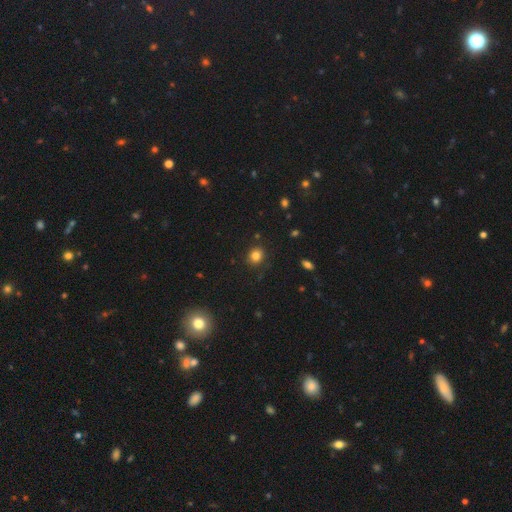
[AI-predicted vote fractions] Smooth or featured?
  - smooth: 81% *
  - star or artifact: 12%
  - featured or disk: 6%
How rounded?
  - round: 77% *
  - in between: 22%
  - cigar-shaped: 1%
Merging?
  - none: 87% *
  - minor disturbance: 9%
  - major disturbance: 3%
  - merger: 2%